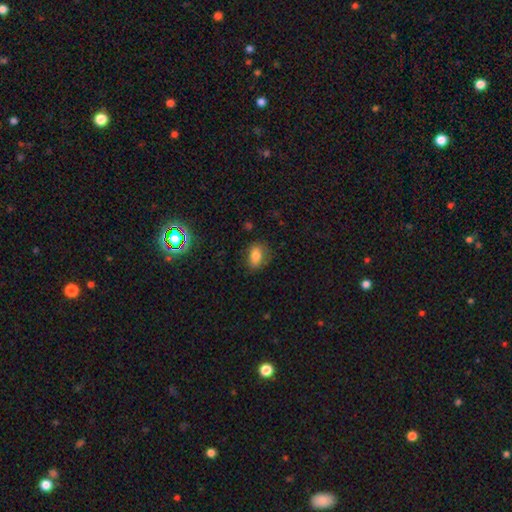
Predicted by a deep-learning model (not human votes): Smooth or featured? Predicted: smooth (p=0.79). How rounded? Predicted: in between (p=0.80). Merging? Predicted: none (p=0.73).